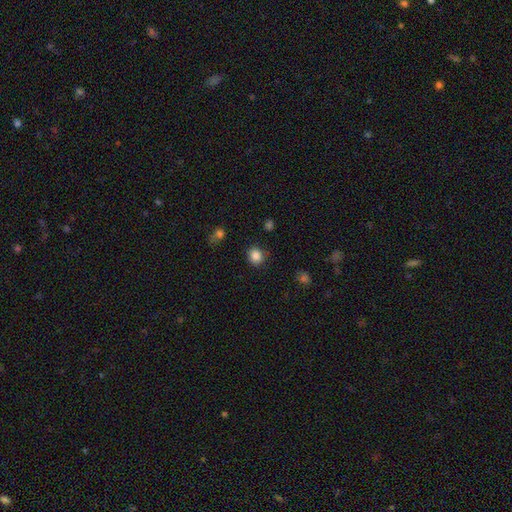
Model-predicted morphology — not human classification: Overall: smooth (85%). How rounded: round (81%). Merging: none (87%).